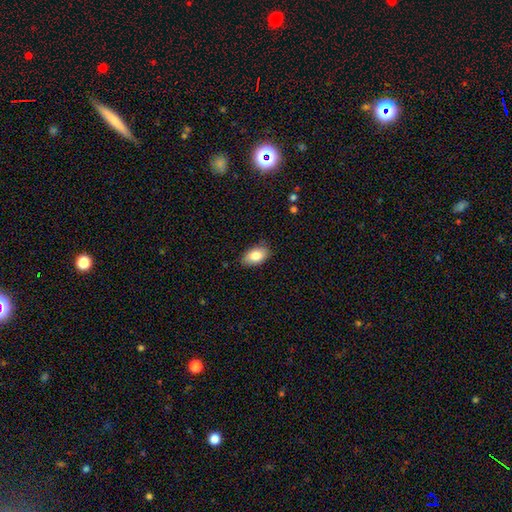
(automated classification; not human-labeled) A smooth galaxy with no disk features (84%) that is in between round and cigar-shaped (92%). Merging: none (82%).